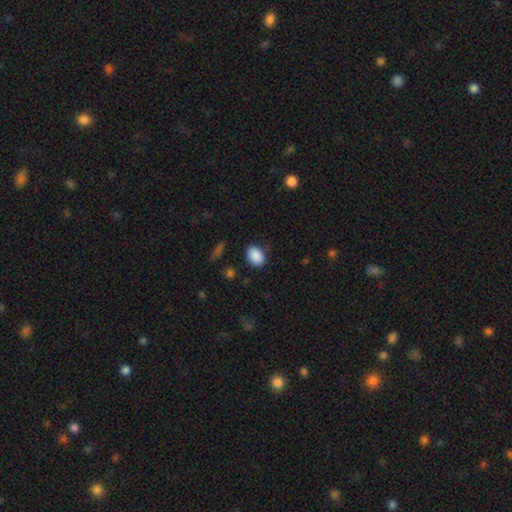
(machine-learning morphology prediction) smooth-or-featured: smooth: 89% | star or artifact: 8% | featured or disk: 3%
  how-rounded: in between: 79% | round: 20% | cigar-shaped: 1%
  merging: none: 84% | minor disturbance: 11% | major disturbance: 3% | merger: 2%